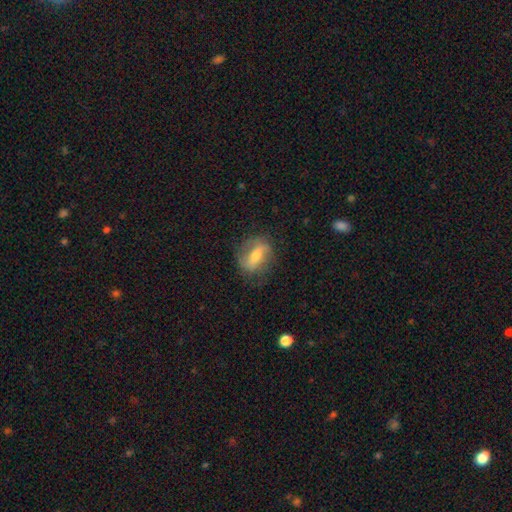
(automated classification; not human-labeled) smooth_or_featured: featured or disk (p=0.54) [alt: smooth p=0.38]
disk_edge_on: no (p=0.85) [alt: yes p=0.15]
merging: none (p=0.74) [alt: minor disturbance p=0.18]